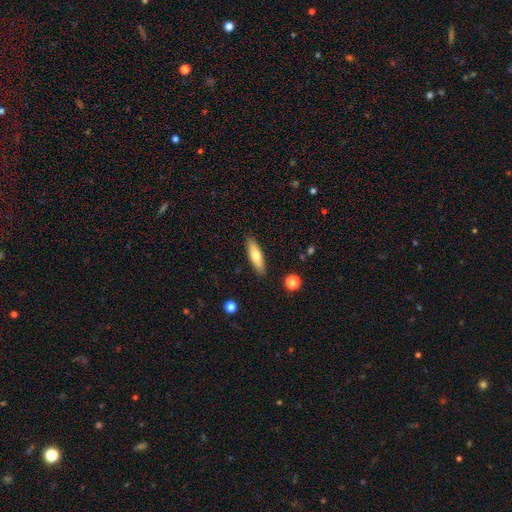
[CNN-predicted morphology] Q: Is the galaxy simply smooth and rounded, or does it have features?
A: smooth — 64%.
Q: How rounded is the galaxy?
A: cigar-shaped — 56%.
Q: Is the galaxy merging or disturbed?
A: none — 88%.